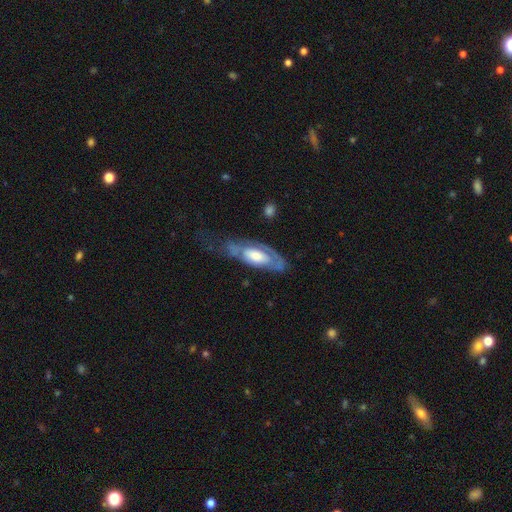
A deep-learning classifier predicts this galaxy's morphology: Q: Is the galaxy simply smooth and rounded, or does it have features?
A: featured or disk — 64%.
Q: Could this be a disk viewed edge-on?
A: no — 81%.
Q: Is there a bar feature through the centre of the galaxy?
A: no — 68%.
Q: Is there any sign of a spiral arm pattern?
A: yes — 62%.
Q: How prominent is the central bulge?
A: moderate — 46%.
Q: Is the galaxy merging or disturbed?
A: none — 35%.